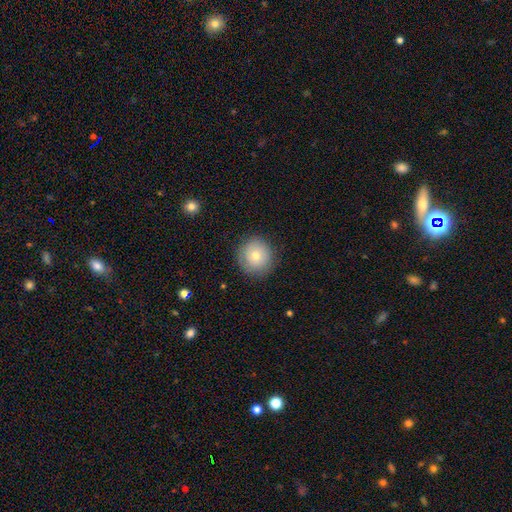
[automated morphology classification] A smooth galaxy with no disk features (70%) that is round (93%).

Vote fractions:
- Smooth or featured? smooth: 70% / featured or disk: 20% / star or artifact: 10%
- How rounded? round: 93% / in between: 6% / cigar-shaped: 1%
- Merging? none: 86% / minor disturbance: 10% / major disturbance: 3% / merger: 1%